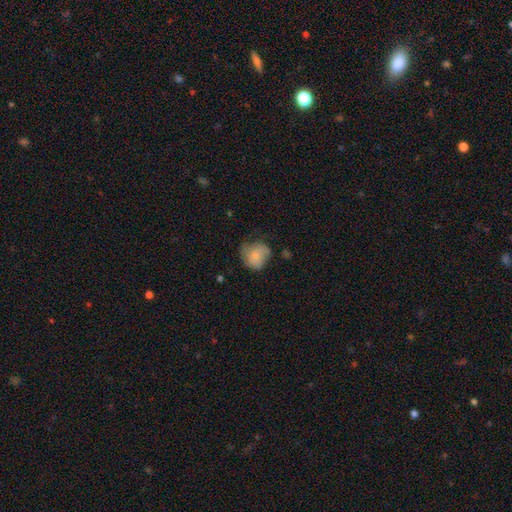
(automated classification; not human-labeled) smooth-or-featured: smooth: 72% | featured or disk: 20% | star or artifact: 8%
  how-rounded: round: 73% | in between: 26% | cigar-shaped: 1%
  merging: none: 46% | minor disturbance: 35% | major disturbance: 16% | merger: 3%